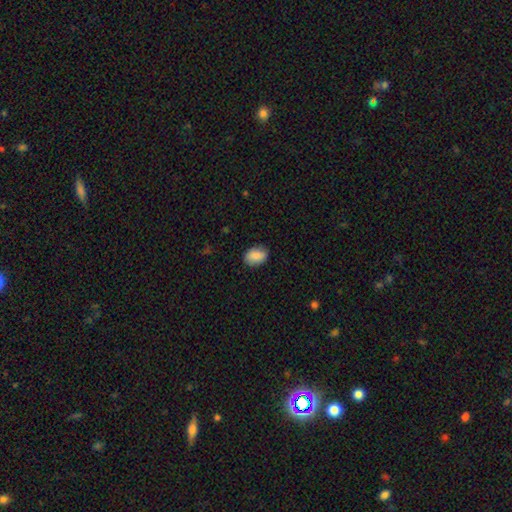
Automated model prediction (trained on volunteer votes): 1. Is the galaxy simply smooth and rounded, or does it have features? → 87% smooth, 7% star or artifact, 6% featured or disk.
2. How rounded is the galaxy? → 81% in between, 18% round, 1% cigar-shaped.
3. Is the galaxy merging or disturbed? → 86% none, 11% minor disturbance, 2% major disturbance, 1% merger.